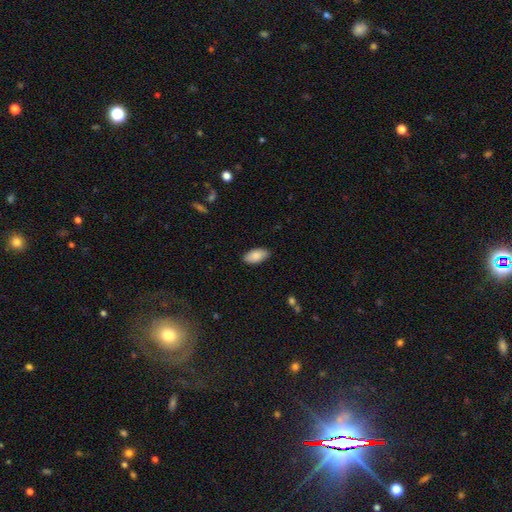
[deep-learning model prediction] This appears to be a smooth galaxy with no disk features (86%) that is in between round and cigar-shaped (94%). Merging: none (85%).